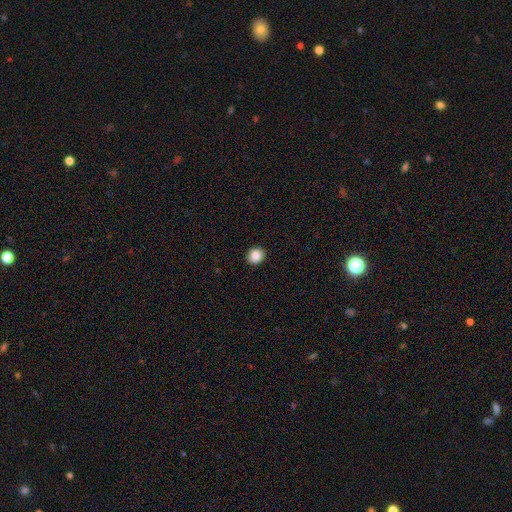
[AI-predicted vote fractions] A smooth galaxy with no disk features (88%) that is round (81%).

Vote fractions:
- Smooth or featured? smooth: 88% / star or artifact: 9% / featured or disk: 3%
- How rounded? round: 81% / in between: 18% / cigar-shaped: 1%
- Merging? none: 91% / minor disturbance: 6% / major disturbance: 2% / merger: 1%